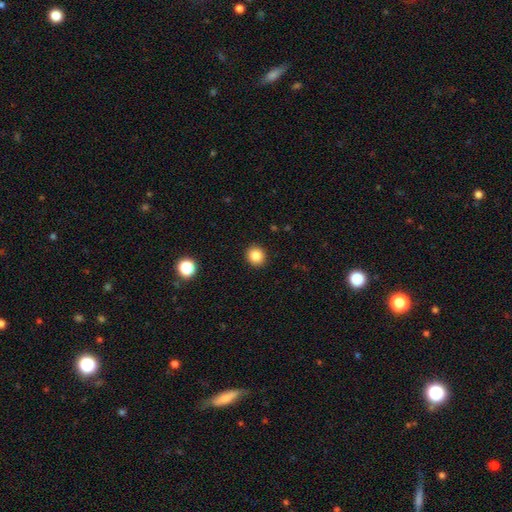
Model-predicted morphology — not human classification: The model was most divided on "how rounded": round: 85%, in between: 14%, cigar-shaped: 1%. More confident: merging — none (92%); smooth or featured — smooth (84%).